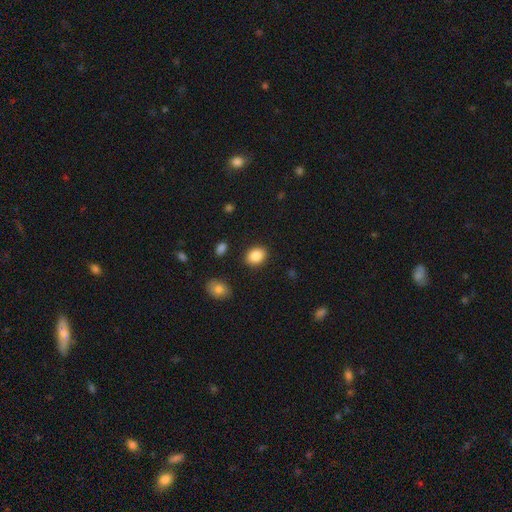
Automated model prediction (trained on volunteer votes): Smooth or featured?
  - smooth: 87% *
  - star or artifact: 8%
  - featured or disk: 5%
How rounded?
  - in between: 62% *
  - round: 37%
  - cigar-shaped: 1%
Merging?
  - none: 87% *
  - minor disturbance: 8%
  - major disturbance: 3%
  - merger: 2%